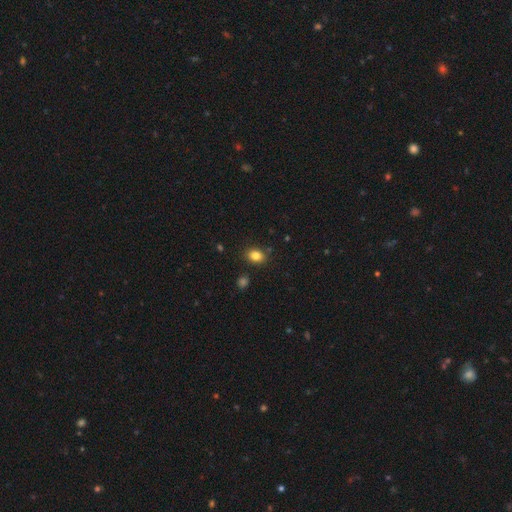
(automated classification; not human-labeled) smooth 83%, star or artifact 11%, featured or disk 6%. Down the decision tree: how rounded — in between (59%); merging — none (86%).